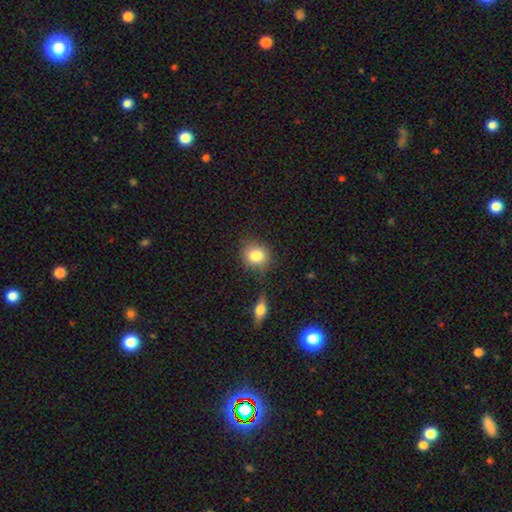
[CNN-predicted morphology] This appears to be a smooth galaxy with no disk features (82%) that is round (78%). Merging: none (77%).